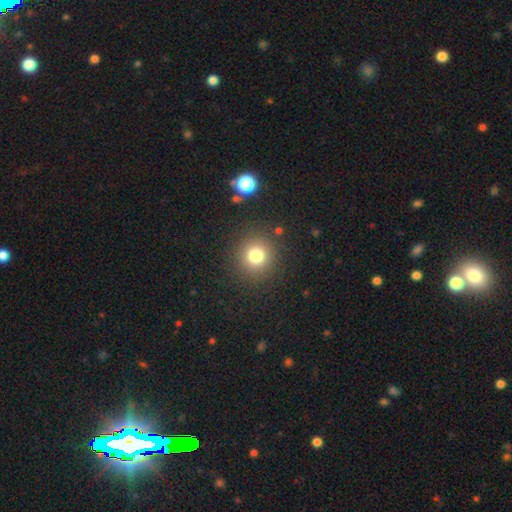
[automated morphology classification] The model was most divided on "smooth or featured": smooth: 77%, star or artifact: 15%, featured or disk: 8%. More confident: how rounded — round (93%); merging — none (89%).